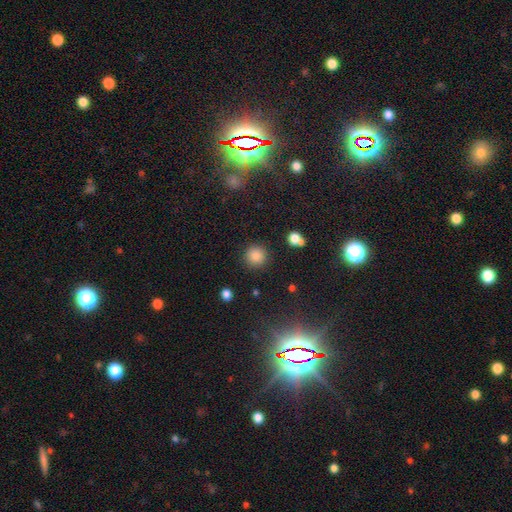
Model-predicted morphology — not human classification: Smooth or featured: smooth — 85% (star or artifact — 11%)
How rounded: round — 93% (in between — 6%)
Merging: none — 89% (minor disturbance — 6%)